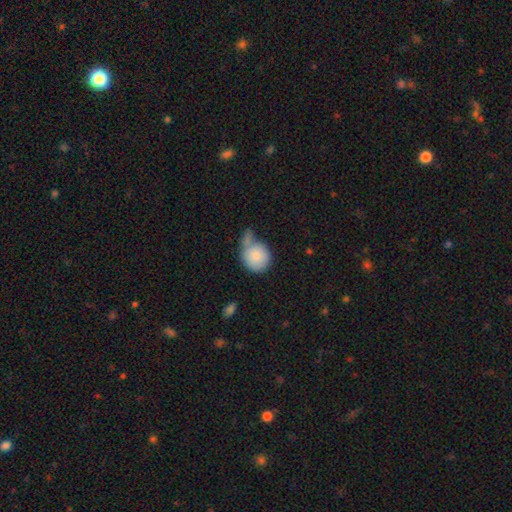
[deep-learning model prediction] This is clearly a smooth galaxy (82%). How rounded: clearly round (81%). Merging: marginally merger (32%).